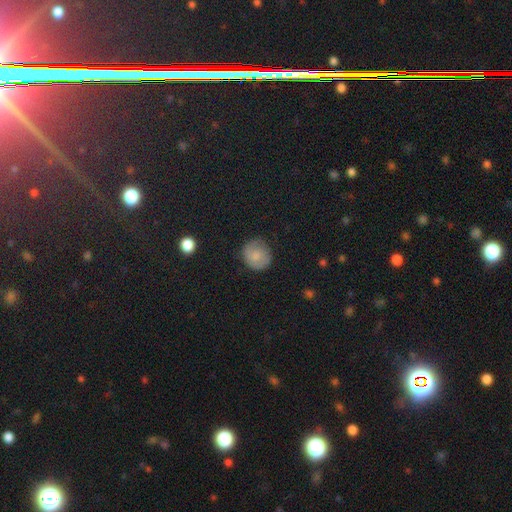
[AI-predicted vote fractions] This appears to be a smooth galaxy with no disk features (68%) that is round (85%). Merging: none (75%).